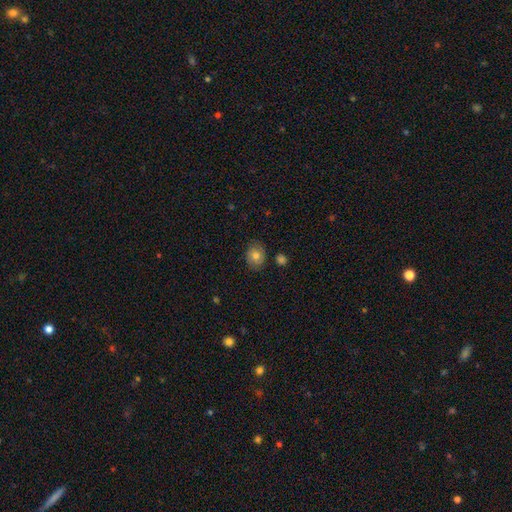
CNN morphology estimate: Smooth or featured: smooth — 77% (featured or disk — 14%)
How rounded: round — 54% (in between — 45%)
Merging: none — 82% (minor disturbance — 13%)